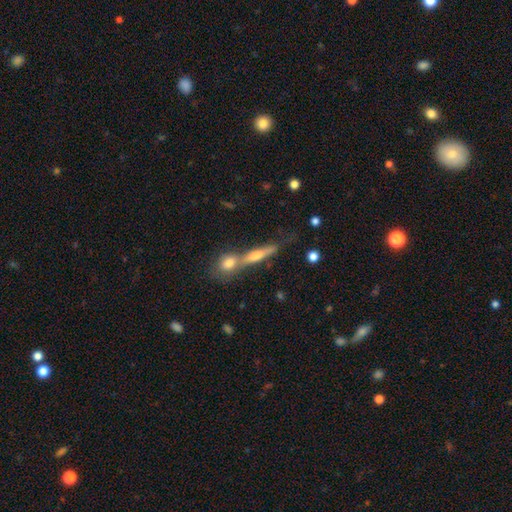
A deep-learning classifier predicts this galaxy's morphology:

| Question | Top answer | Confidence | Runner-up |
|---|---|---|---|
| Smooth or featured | featured or disk | 50% | smooth (40%) |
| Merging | none | 52% | merger (33%) |